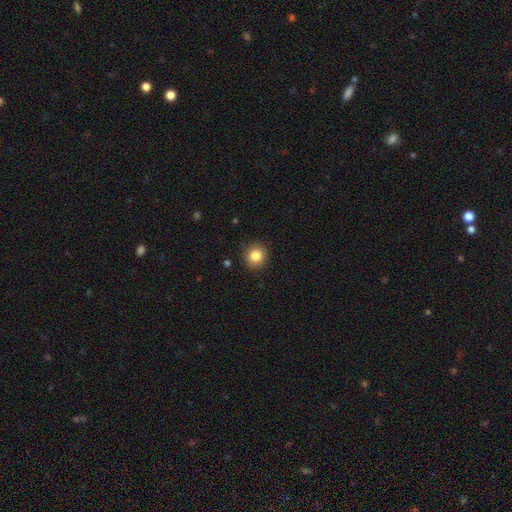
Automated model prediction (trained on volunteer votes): This appears to be a smooth galaxy with no disk features (84%) that is round (89%). Merging: none (89%).